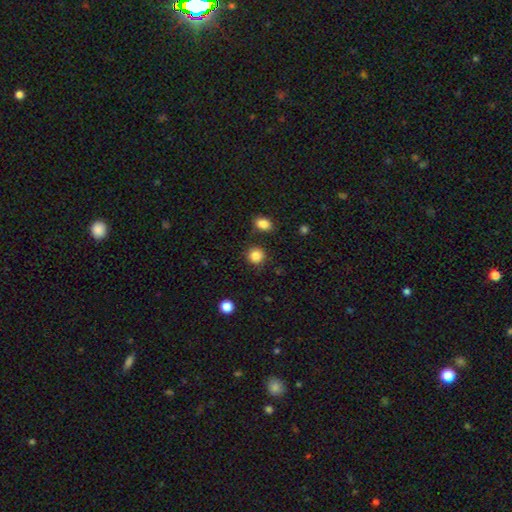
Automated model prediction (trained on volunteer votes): The model was most divided on "smooth or featured": smooth: 86%, star or artifact: 10%, featured or disk: 4%. More confident: how rounded — round (91%); merging — none (87%).